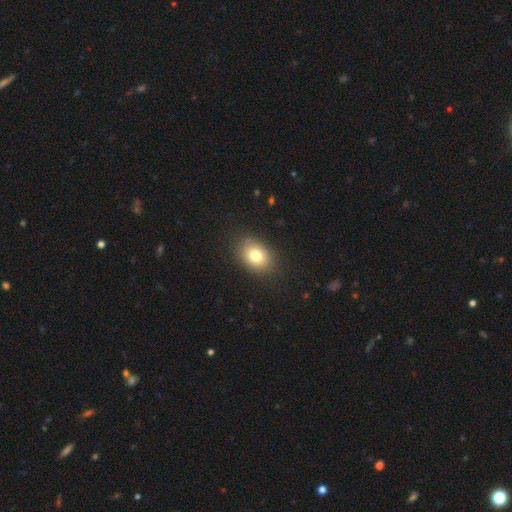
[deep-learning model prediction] smooth 79%, star or artifact 11%, featured or disk 11%. Down the decision tree: how rounded — in between (66%); merging — none (86%).